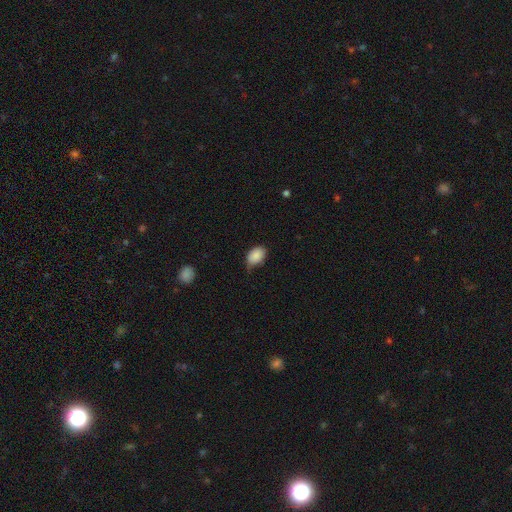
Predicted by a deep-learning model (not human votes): This is clearly a smooth galaxy (87%). How rounded: clearly in between (82%). Merging: possibly none (56%).